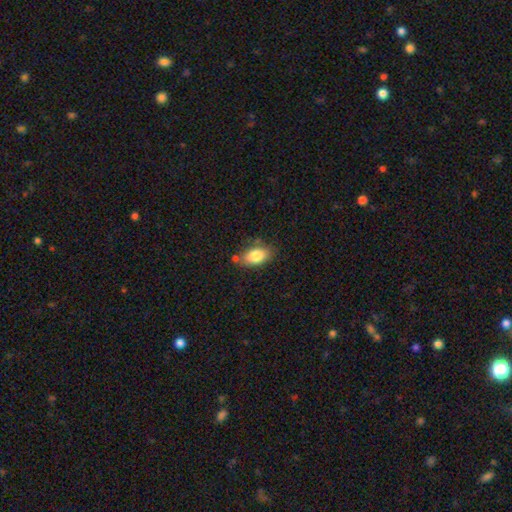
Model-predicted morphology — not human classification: Smooth or featured?
  - smooth: 82% *
  - featured or disk: 10%
  - star or artifact: 8%
How rounded?
  - in between: 89% *
  - round: 7%
  - cigar-shaped: 4%
Merging?
  - none: 71% *
  - minor disturbance: 18%
  - merger: 7%
  - major disturbance: 4%